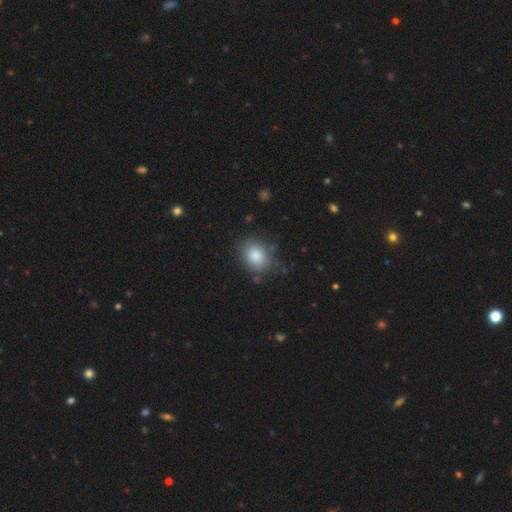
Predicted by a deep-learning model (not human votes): smooth-or-featured: smooth: 85% | star or artifact: 8% | featured or disk: 7%
  how-rounded: in between: 56% | round: 43% | cigar-shaped: 1%
  merging: none: 77% | minor disturbance: 15% | major disturbance: 5% | merger: 3%